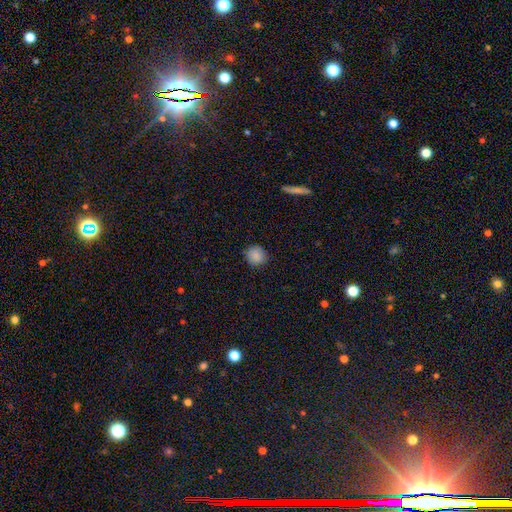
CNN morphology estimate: type=smooth (88%); roundness=round (89%); merging=none (89%).